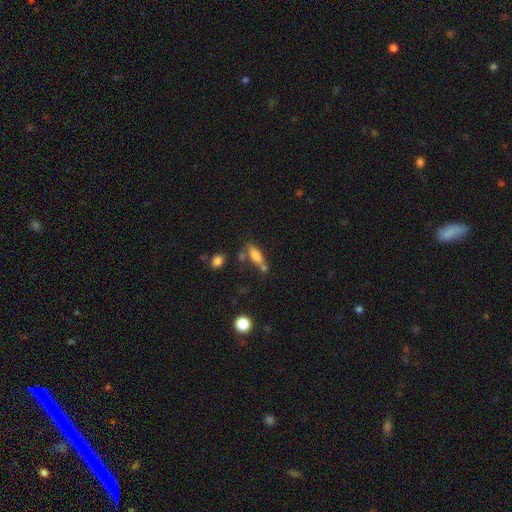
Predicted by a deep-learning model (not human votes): Morphology: type=smooth (71%); roundness=in between (65%); merging=none (51%).